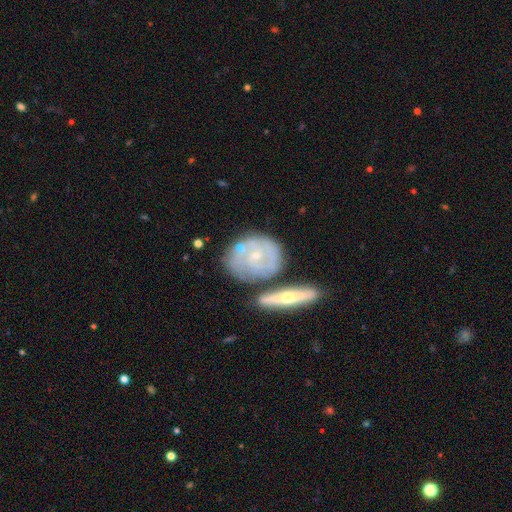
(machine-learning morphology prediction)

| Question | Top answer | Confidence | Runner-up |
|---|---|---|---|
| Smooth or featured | featured or disk | 68% | smooth (25%) |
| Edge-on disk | no | 87% | yes (13%) |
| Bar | no | 80% | weak (16%) |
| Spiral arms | yes | 62% | no (38%) |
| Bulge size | small | 71% | moderate (24%) |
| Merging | none | 56% | merger (20%) |